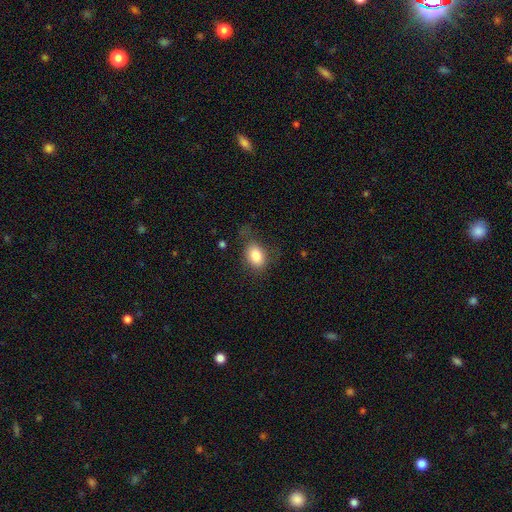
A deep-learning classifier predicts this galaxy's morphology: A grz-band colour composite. It shows a smooth galaxy with no disk features (83%) that is in between round and cigar-shaped (76%). Merging: none (64%).